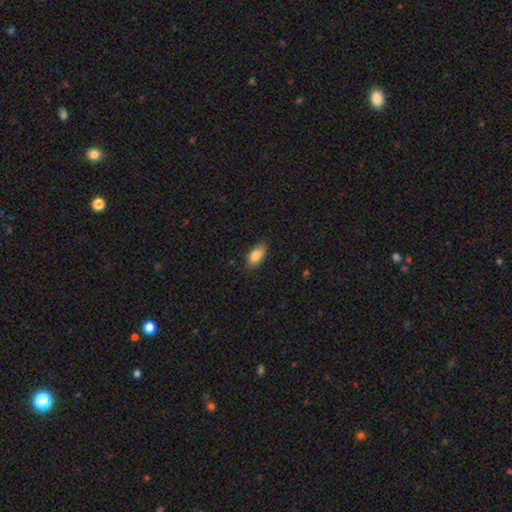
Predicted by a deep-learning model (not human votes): Smooth or featured? Predicted: smooth (p=0.85). How rounded? Predicted: in between (p=0.91). Merging? Predicted: none (p=0.84).